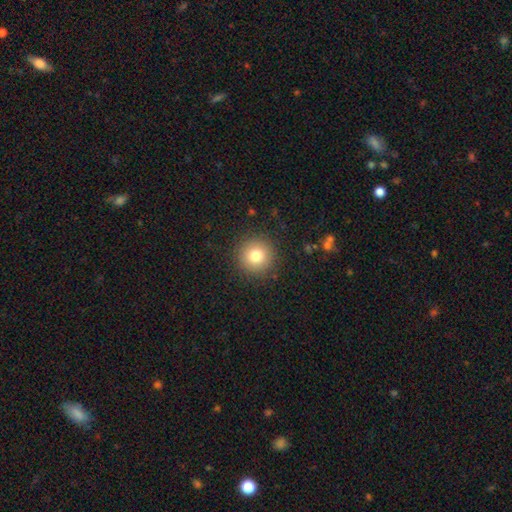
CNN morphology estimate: Overall: smooth (80%). How rounded: round (95%). Merging: none (91%).